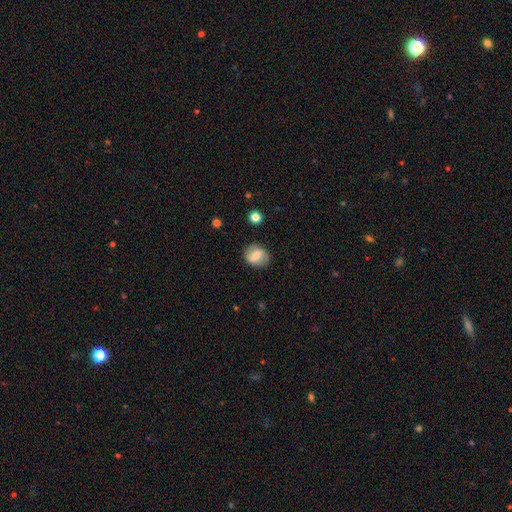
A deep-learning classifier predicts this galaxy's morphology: Q: Smooth or featured?
A: smooth (56%); runner-up: featured or disk (36%)
Q: How rounded?
A: round (68%); runner-up: in between (31%)
Q: Merging?
A: none (82%); runner-up: minor disturbance (12%)